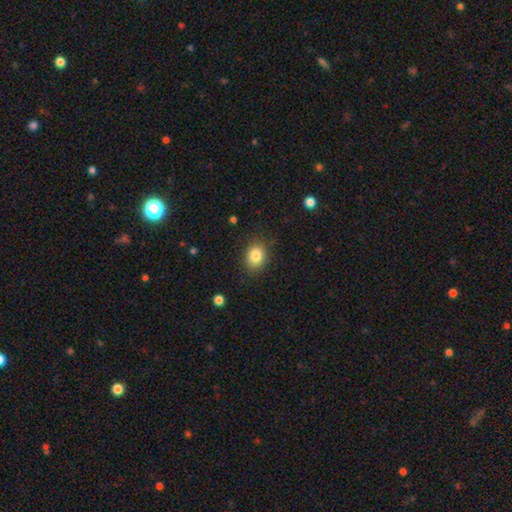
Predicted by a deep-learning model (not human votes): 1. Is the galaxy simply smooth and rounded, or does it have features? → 84% smooth, 9% star or artifact, 6% featured or disk.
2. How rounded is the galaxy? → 52% in between, 48% round, 1% cigar-shaped.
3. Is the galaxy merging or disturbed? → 85% none, 10% minor disturbance, 3% major disturbance, 1% merger.